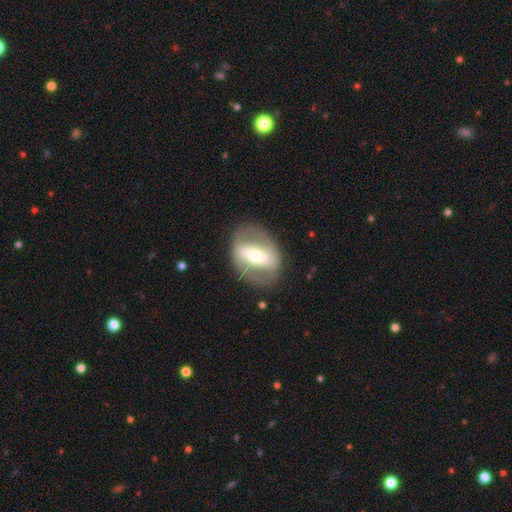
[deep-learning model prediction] A featured or disk galaxy (68%) with a strong bar (63%), no spiral arms (61%) and a moderate central bulge (56%). Merging: none (78%).